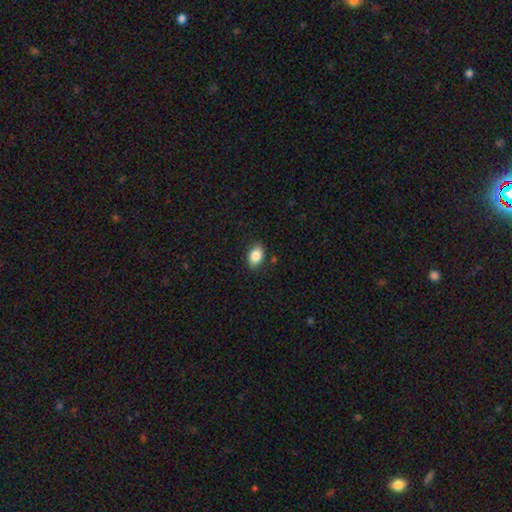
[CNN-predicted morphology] smooth 86%, star or artifact 8%, featured or disk 6%. Down the decision tree: how rounded — in between (79%); merging — none (85%).